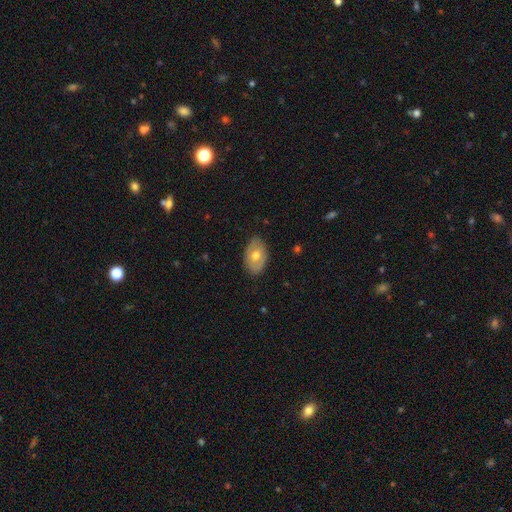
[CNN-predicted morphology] A smooth galaxy with no disk features (60%) that is in between round and cigar-shaped (87%). Merging: none (80%).